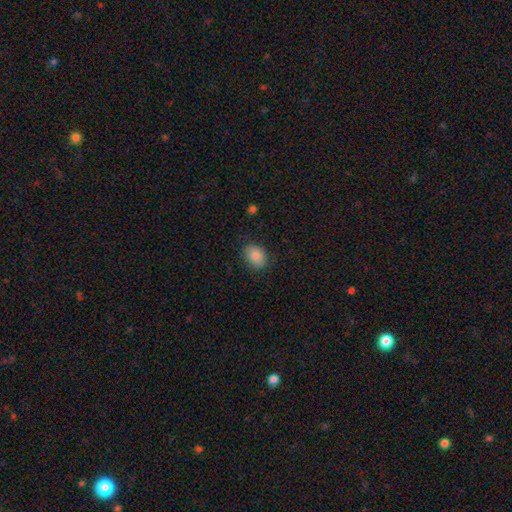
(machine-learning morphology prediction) This appears to be a smooth galaxy with no disk features (87%) that is in between round and cigar-shaped (71%). Merging: none (83%).